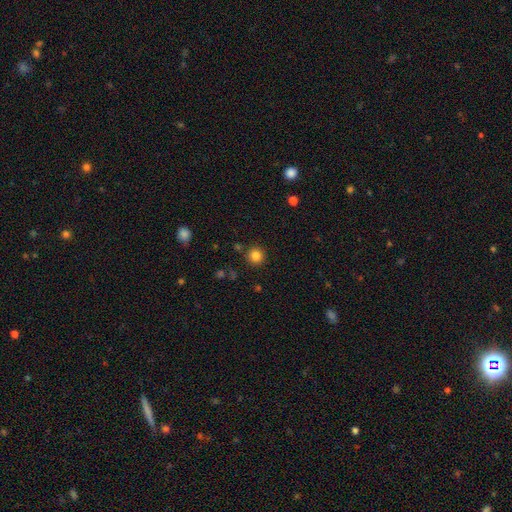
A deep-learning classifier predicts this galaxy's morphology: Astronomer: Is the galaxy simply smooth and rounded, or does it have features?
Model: smooth — 83%.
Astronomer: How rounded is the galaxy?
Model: round — 92%.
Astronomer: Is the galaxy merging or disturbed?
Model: none — 88%.